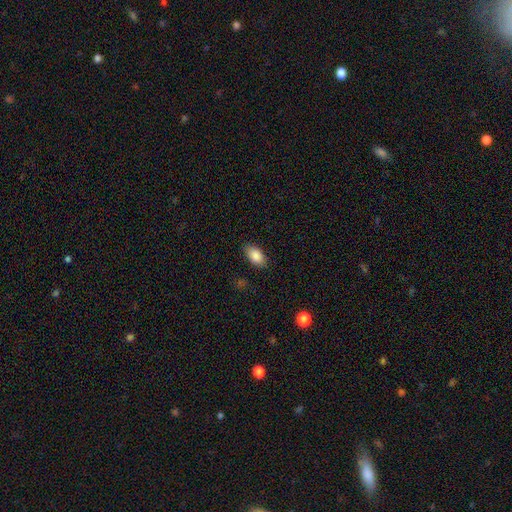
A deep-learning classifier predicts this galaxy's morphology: Smooth or featured?
  - smooth: 87% *
  - star or artifact: 7%
  - featured or disk: 5%
How rounded?
  - in between: 92% *
  - round: 5%
  - cigar-shaped: 3%
Merging?
  - none: 85% *
  - minor disturbance: 12%
  - major disturbance: 3%
  - merger: 1%